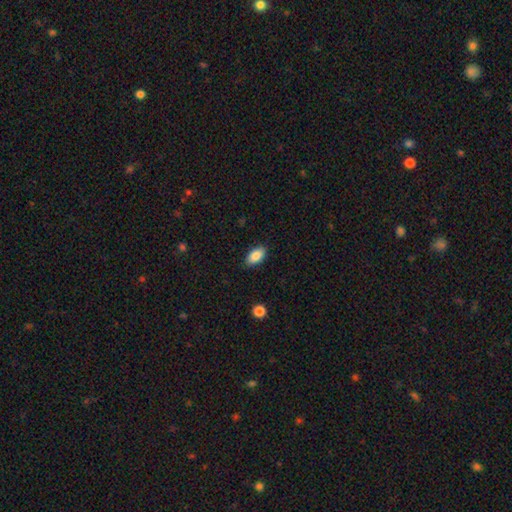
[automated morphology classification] smooth-or-featured: smooth: 87% | star or artifact: 7% | featured or disk: 6%
  how-rounded: in between: 93% | round: 4% | cigar-shaped: 3%
  merging: none: 87% | minor disturbance: 9% | major disturbance: 2% | merger: 1%